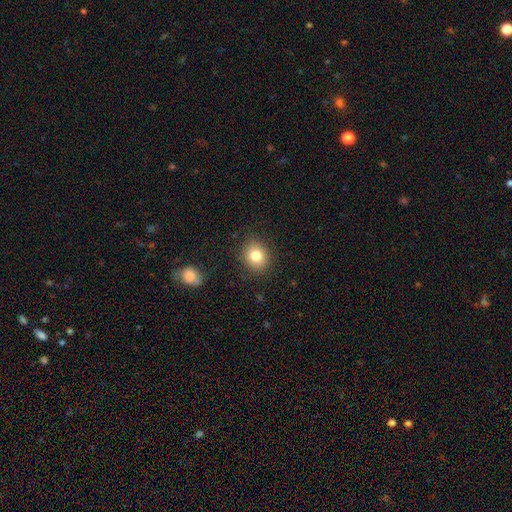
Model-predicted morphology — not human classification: smooth 81%, star or artifact 11%, featured or disk 9%. Down the decision tree: how rounded — round (73%); merging — none (88%).